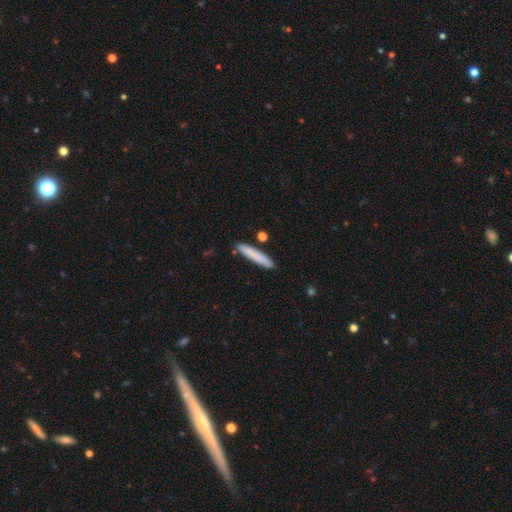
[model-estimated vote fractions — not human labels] Morphology: type=smooth (80%); roundness=cigar-shaped (92%); merging=none (85%).